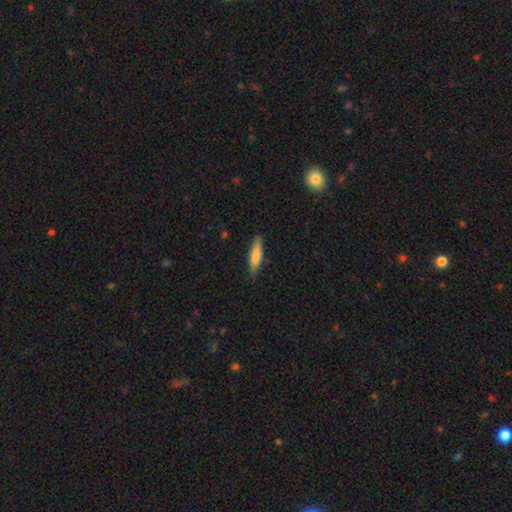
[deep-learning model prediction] A smooth galaxy with no disk features (79%) that is cigar-shaped (75%). Merging: none (83%).